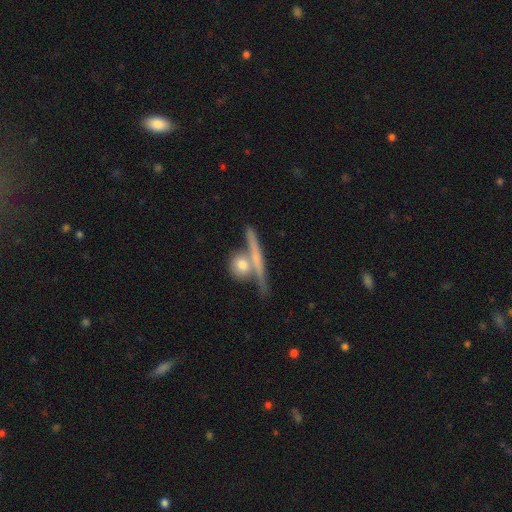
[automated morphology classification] The model was most divided on "smooth or featured": featured or disk: 51%, smooth: 42%, star or artifact: 8%. More confident: edge-on disk — yes (82%); merging — none (55%).